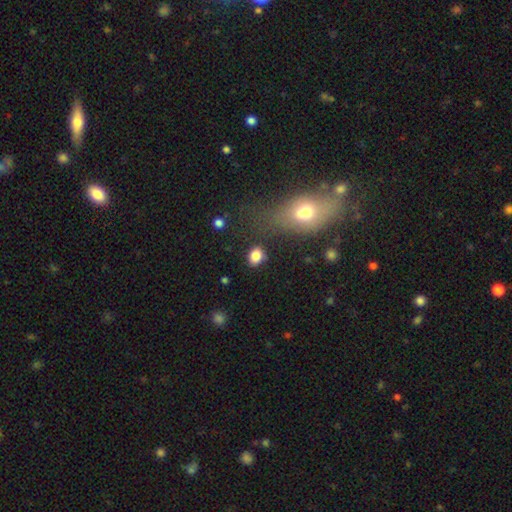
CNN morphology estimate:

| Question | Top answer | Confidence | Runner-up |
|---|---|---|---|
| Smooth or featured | smooth | 84% | star or artifact (10%) |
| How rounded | in between | 59% | round (39%) |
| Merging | none | 80% | minor disturbance (12%) |